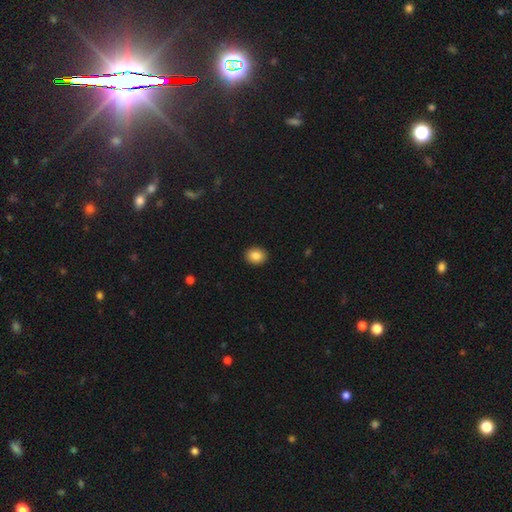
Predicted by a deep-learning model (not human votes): Morphology: type=smooth (87%); roundness=round (52%); merging=none (92%).